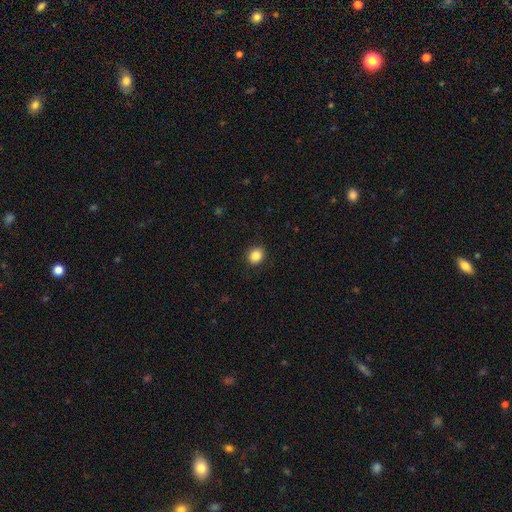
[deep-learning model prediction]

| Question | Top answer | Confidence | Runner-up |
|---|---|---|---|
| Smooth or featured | smooth | 86% | star or artifact (10%) |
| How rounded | round | 67% | in between (32%) |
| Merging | none | 90% | minor disturbance (7%) |